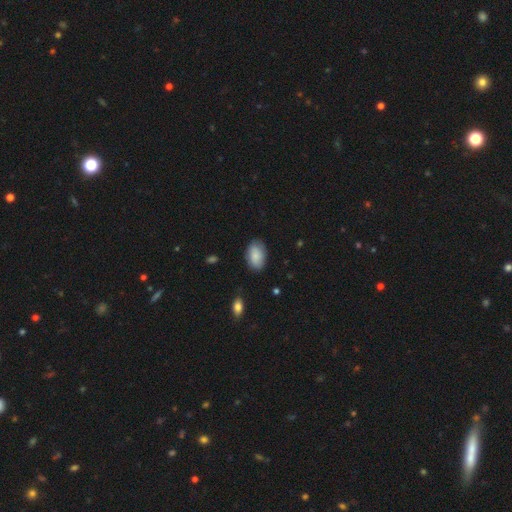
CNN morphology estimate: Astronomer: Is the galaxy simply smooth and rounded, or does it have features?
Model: smooth — 85%.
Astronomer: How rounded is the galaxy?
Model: in between — 91%.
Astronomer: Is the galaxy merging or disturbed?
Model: none — 83%.